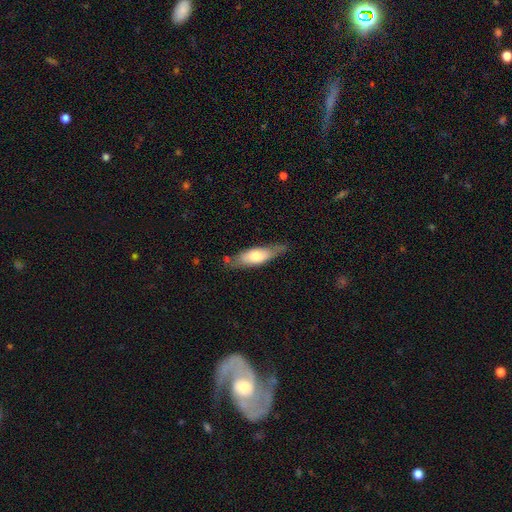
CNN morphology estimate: smooth 58%, featured or disk 36%, star or artifact 6%. Down the decision tree: how rounded — in between (53%); merging — none (70%).